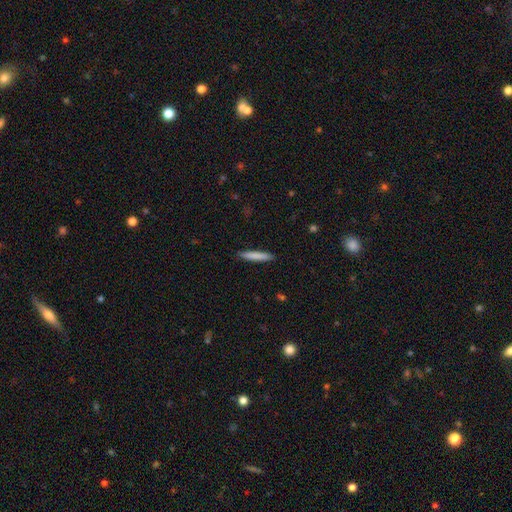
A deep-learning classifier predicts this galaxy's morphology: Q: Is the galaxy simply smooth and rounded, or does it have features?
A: smooth — 81%.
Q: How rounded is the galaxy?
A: cigar-shaped — 93%.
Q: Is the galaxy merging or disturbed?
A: none — 90%.